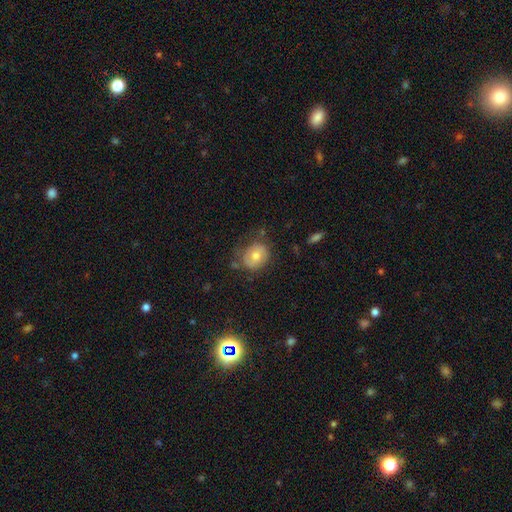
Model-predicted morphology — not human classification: This appears to be a smooth galaxy with no disk features (58%) that is round (62%). Merging: none (62%).